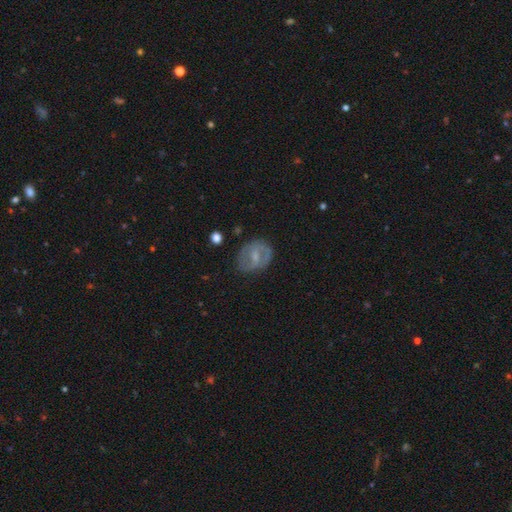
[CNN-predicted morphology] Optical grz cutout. It shows a featured or disk galaxy (56%) with a weak bar (48%), spiral arms (50%, tied with no) and a moderate central bulge (40%, tied with small). Merging: none (70%).